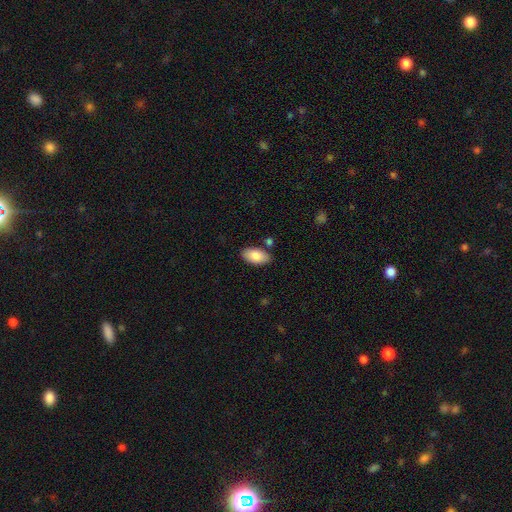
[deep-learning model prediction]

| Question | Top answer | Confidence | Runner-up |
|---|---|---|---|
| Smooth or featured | smooth | 85% | featured or disk (9%) |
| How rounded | in between | 95% | cigar-shaped (3%) |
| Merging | none | 81% | minor disturbance (12%) |